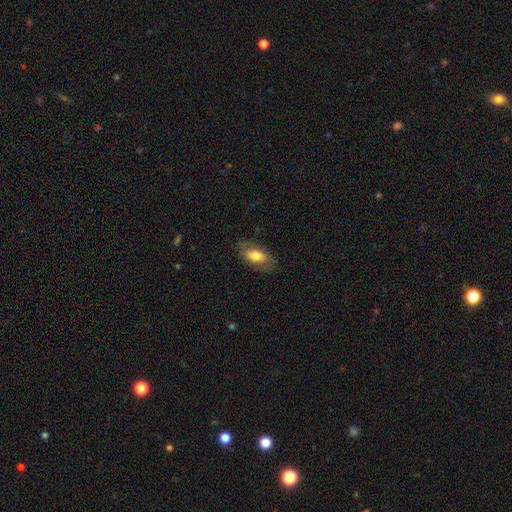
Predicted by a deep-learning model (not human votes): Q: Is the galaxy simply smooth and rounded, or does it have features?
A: smooth — 67%.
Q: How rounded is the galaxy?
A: in between — 89%.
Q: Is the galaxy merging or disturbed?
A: none — 76%.